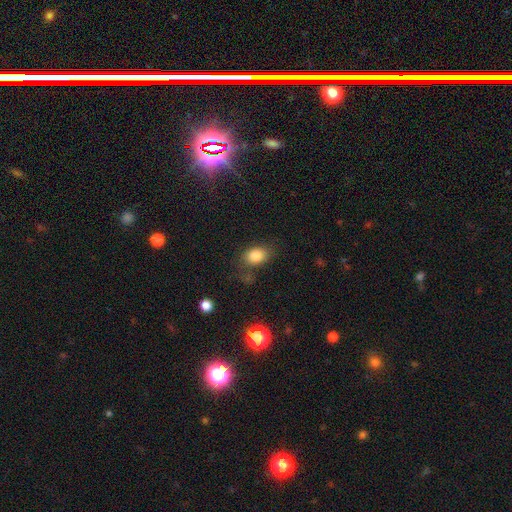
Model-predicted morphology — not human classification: A smooth galaxy with no disk features (83%) that is in between round and cigar-shaped (74%). Merging: none (67%).